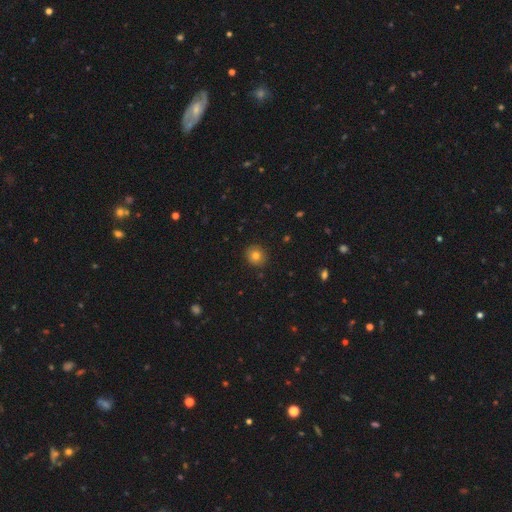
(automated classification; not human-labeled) Smooth or featured? Predicted: smooth (p=0.77). How rounded? Predicted: round (p=0.82). Merging? Predicted: none (p=0.90).